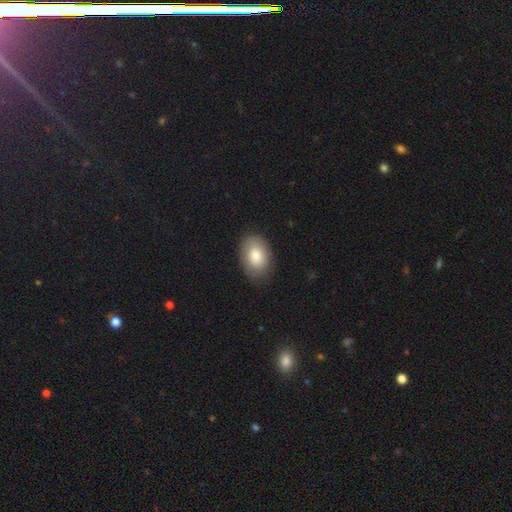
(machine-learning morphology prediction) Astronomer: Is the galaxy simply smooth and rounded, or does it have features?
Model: smooth — 83%.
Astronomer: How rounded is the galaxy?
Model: in between — 84%.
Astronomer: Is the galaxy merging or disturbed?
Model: none — 82%.